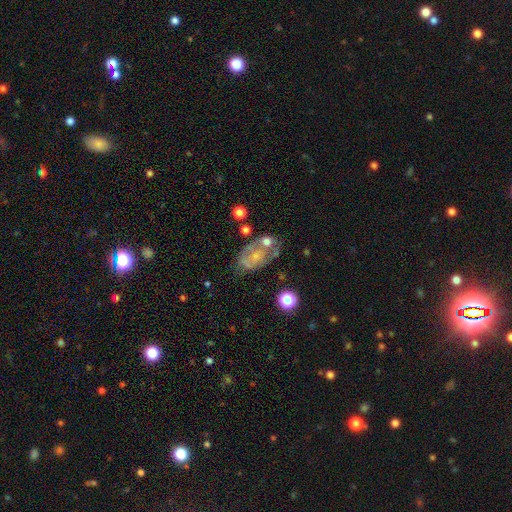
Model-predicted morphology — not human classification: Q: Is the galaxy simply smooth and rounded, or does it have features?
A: featured or disk — 54%.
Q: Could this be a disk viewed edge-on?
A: no — 96%.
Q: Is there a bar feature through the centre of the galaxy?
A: no — 85%.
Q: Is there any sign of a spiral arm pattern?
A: no — 71%.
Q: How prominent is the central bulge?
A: small — 46%.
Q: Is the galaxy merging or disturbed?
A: none — 36%.